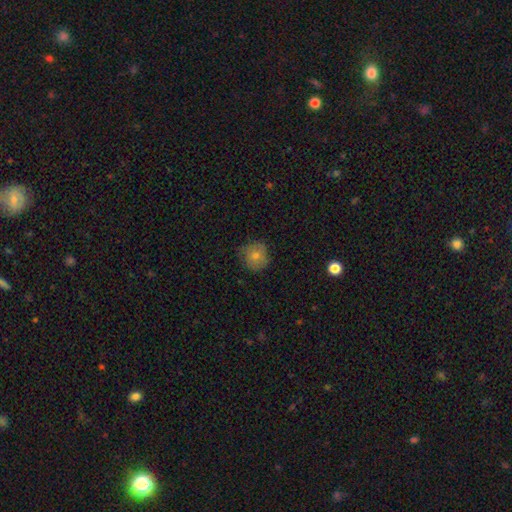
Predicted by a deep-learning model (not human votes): smooth 63%, featured or disk 26%, star or artifact 11%. Down the decision tree: how rounded — round (92%); merging — none (78%).